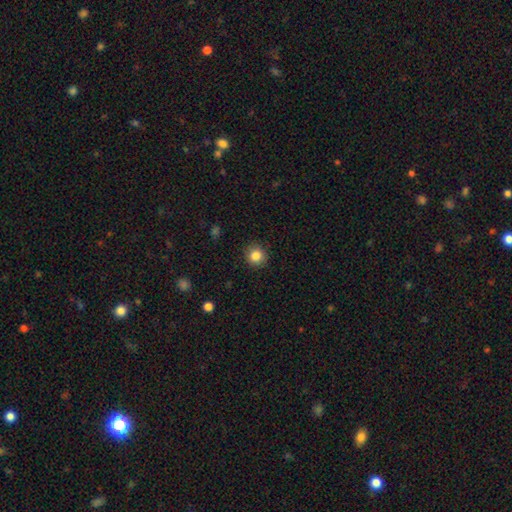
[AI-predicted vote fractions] Overall: smooth (85%). How rounded: round (91%). Merging: none (90%).